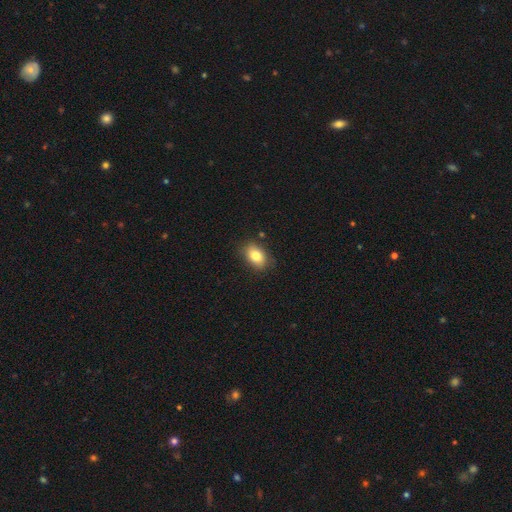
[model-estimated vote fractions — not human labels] Smooth or featured? Predicted: smooth (p=0.82). How rounded? Predicted: in between (p=0.82). Merging? Predicted: none (p=0.81).